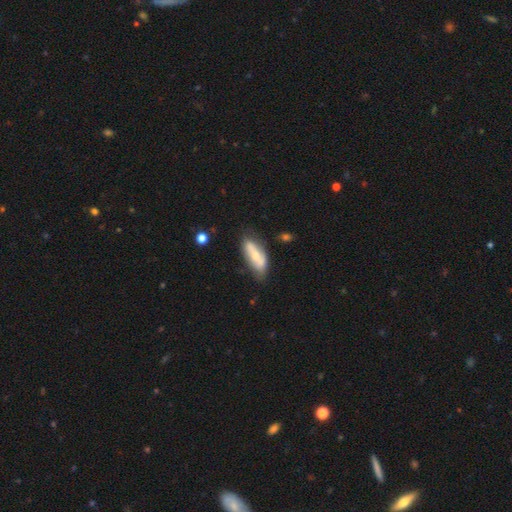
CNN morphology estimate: A smooth galaxy with no disk features (51%) that is in between round and cigar-shaped (72%). Merging: none (62%).